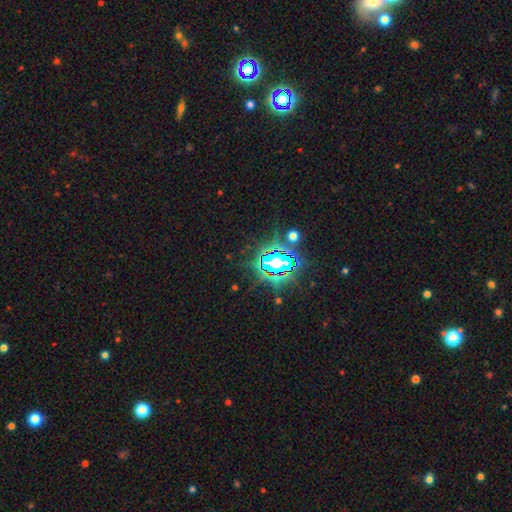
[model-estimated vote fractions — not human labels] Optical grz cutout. It shows a star or artifact, not a galaxy (82%).